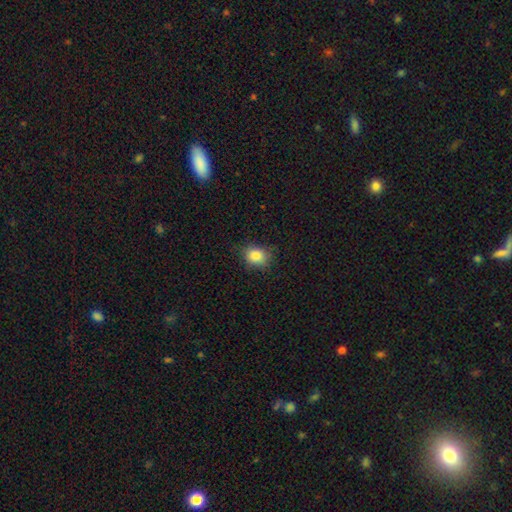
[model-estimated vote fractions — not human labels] A smooth galaxy with no disk features (83%) that is round (58%).

Vote fractions:
- Smooth or featured? smooth: 83% / star or artifact: 10% / featured or disk: 6%
- How rounded? round: 58% / in between: 41% / cigar-shaped: 1%
- Merging? none: 79% / minor disturbance: 16% / major disturbance: 4% / merger: 1%